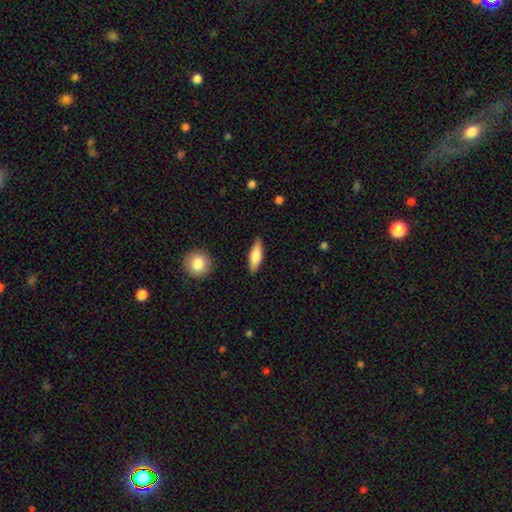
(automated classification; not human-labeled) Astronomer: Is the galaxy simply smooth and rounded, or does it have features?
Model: smooth — 71%.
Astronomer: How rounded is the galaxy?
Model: in between — 53% (runner-up: cigar-shaped, 44%).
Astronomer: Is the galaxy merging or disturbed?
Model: none — 86%.